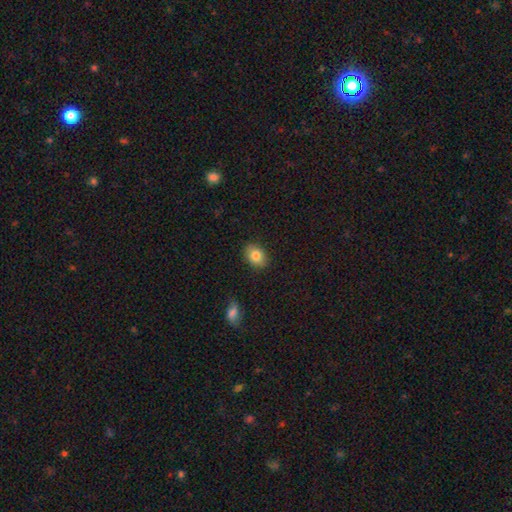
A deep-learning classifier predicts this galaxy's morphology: Smooth or featured: smooth — 83% (featured or disk — 9%)
How rounded: in between — 69% (round — 29%)
Merging: none — 87% (minor disturbance — 9%)